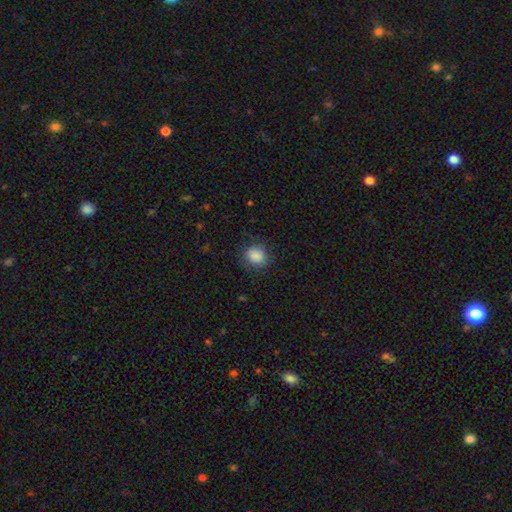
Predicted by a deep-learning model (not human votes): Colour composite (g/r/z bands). It shows a smooth galaxy with no disk features (86%) that is round (75%). Merging: none (81%).